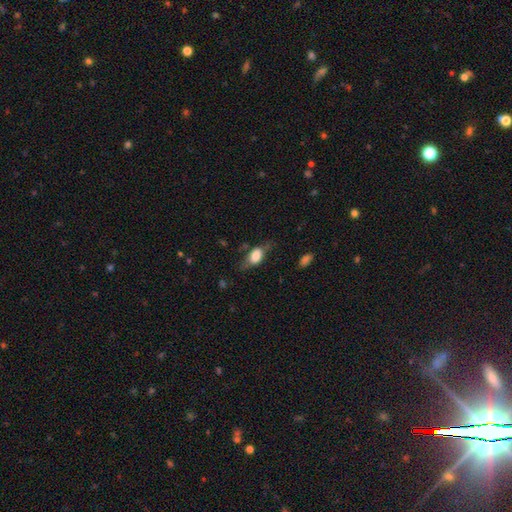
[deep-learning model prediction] This is likely a smooth galaxy (69%). How rounded: clearly in between (83%). Merging: possibly none (56%).